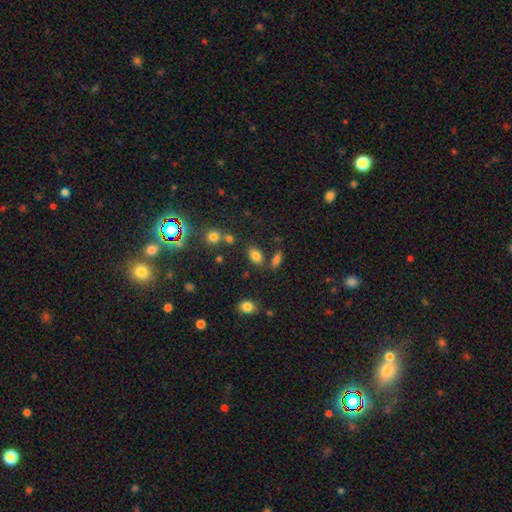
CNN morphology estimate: smooth 80%, star or artifact 13%, featured or disk 7%. Down the decision tree: how rounded — in between (84%); merging — none (72%).